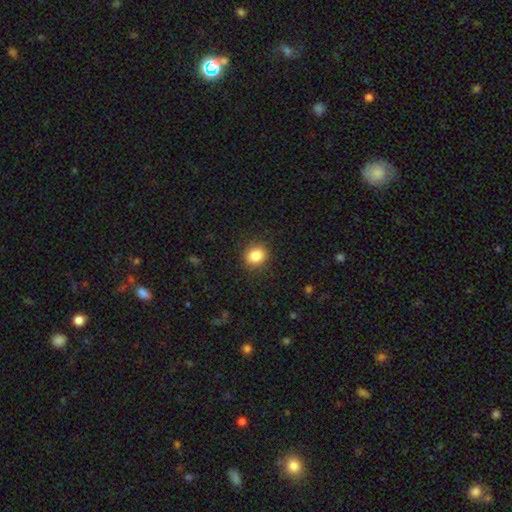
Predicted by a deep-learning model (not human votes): The model was most divided on "how rounded": round: 69%, in between: 30%, cigar-shaped: 1%. More confident: merging — none (88%); smooth or featured — smooth (85%).